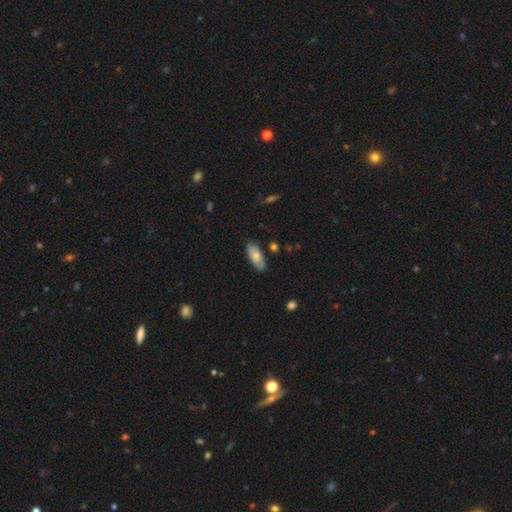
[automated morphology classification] A smooth galaxy with no disk features (76%) that is in between round and cigar-shaped (84%). Merging: none (80%).